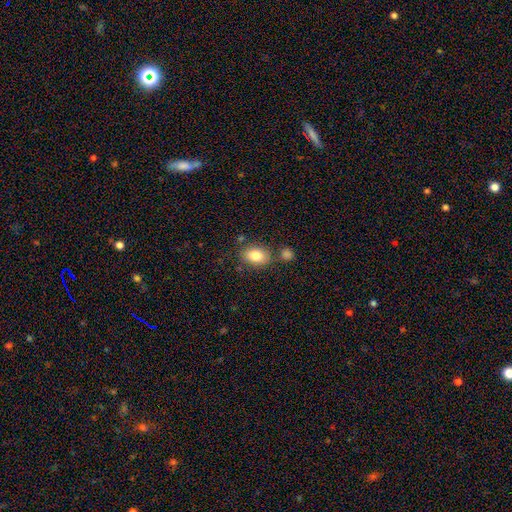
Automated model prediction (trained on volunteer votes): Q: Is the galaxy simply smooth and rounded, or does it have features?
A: smooth — 82%.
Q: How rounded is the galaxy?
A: in between — 77%.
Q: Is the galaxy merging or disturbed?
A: none — 74%.